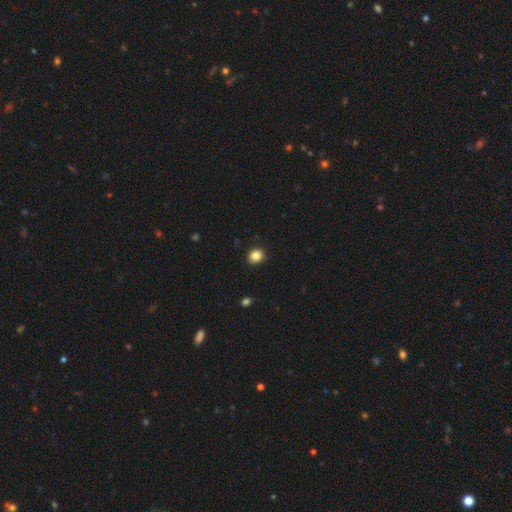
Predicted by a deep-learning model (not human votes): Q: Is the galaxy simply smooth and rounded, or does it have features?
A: smooth — 85%.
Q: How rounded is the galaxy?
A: round — 73%.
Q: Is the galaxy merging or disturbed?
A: none — 91%.